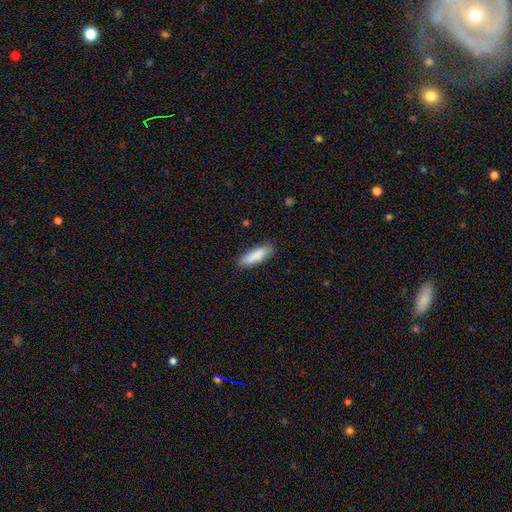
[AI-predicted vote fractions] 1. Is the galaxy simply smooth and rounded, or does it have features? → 86% smooth, 8% featured or disk, 6% star or artifact.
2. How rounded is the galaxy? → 55% cigar-shaped, 44% in between, 2% round.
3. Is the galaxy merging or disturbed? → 83% none, 13% minor disturbance, 2% major disturbance, 1% merger.